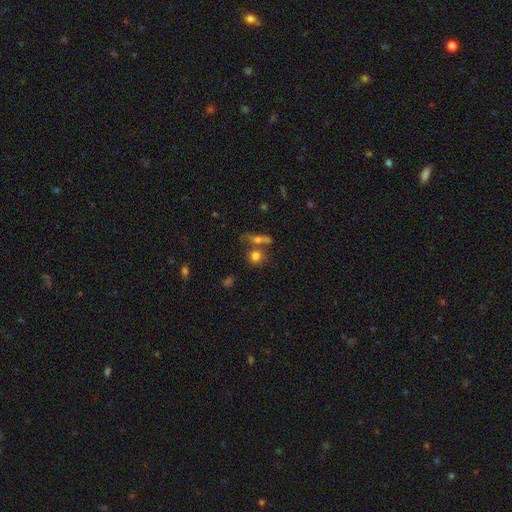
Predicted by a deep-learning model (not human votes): Q: Smooth or featured?
A: smooth (70%); runner-up: featured or disk (17%)
Q: How rounded?
A: round (78%); runner-up: in between (16%)
Q: Merging?
A: none (56%); runner-up: merger (28%)